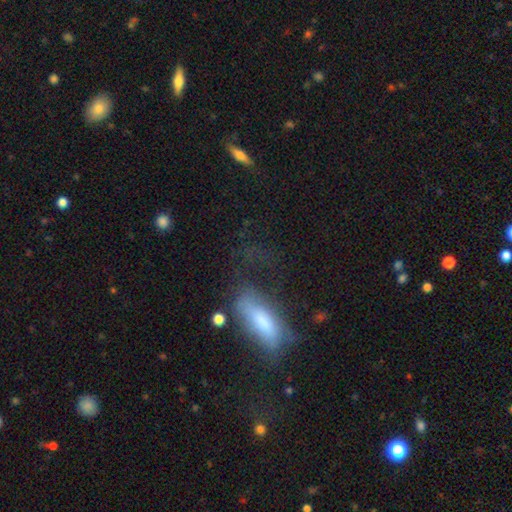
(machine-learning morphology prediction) type=smooth (57%); roundness=in between (61%); merging=none (42%).